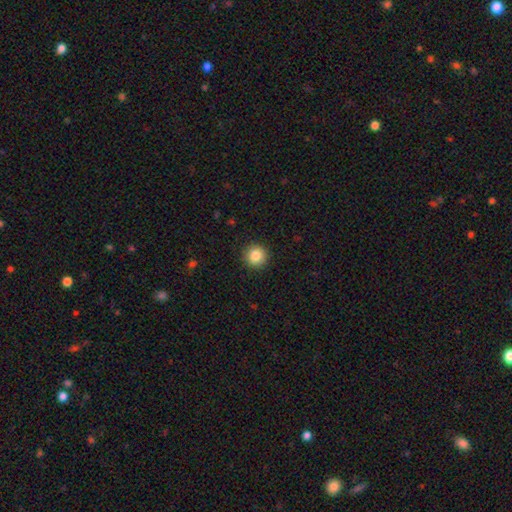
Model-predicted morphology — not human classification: Q: Smooth or featured?
A: smooth (84%); runner-up: star or artifact (10%)
Q: How rounded?
A: round (95%); runner-up: in between (4%)
Q: Merging?
A: none (92%); runner-up: minor disturbance (5%)